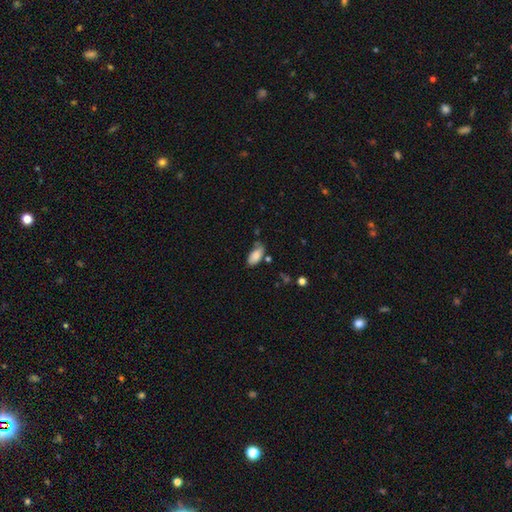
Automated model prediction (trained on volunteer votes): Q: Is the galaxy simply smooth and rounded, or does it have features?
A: smooth — 83%.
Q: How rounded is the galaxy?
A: in between — 93%.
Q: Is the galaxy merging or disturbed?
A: none — 56%.